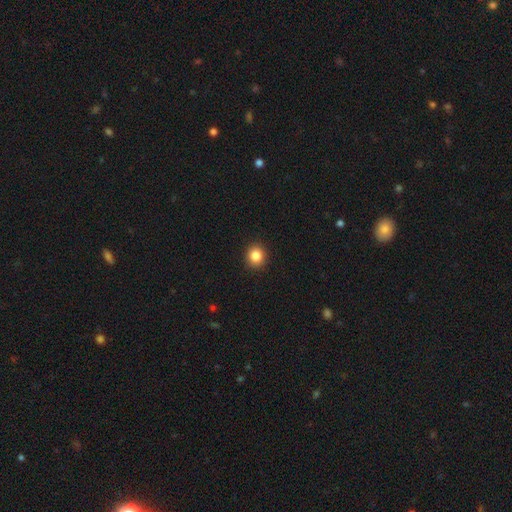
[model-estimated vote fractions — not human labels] Smooth or featured? smooth (85%)
How rounded? round (83%)
Merging? none (92%)